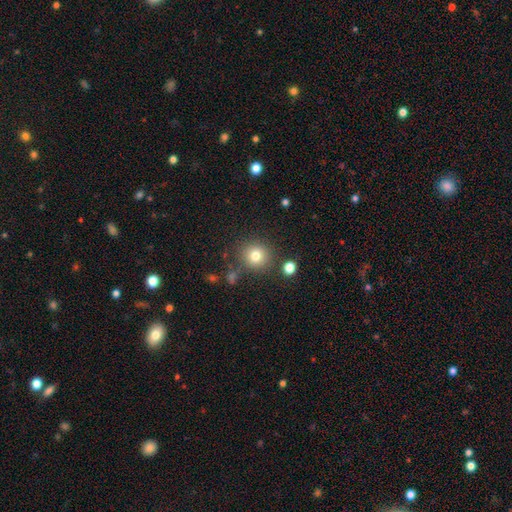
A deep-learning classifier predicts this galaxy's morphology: A smooth galaxy with no disk features (78%) that is round (90%).

Vote fractions:
- Smooth or featured? smooth: 78% / star or artifact: 13% / featured or disk: 9%
- How rounded? round: 90% / in between: 9% / cigar-shaped: 1%
- Merging? none: 82% / minor disturbance: 9% / merger: 5% / major disturbance: 4%